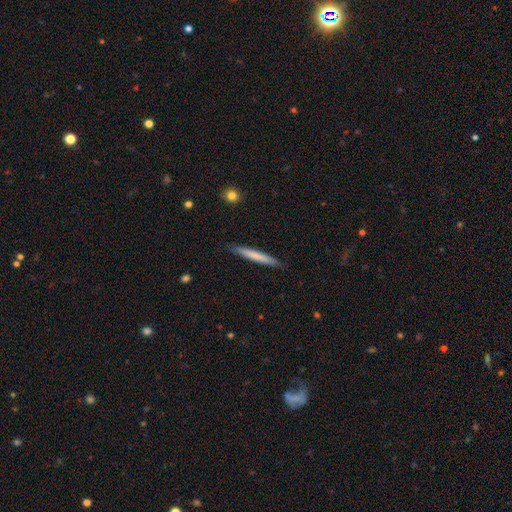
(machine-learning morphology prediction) Smooth or featured? Predicted: smooth (p=0.69). How rounded? Predicted: cigar-shaped (p=0.96). Merging? Predicted: none (p=0.88).